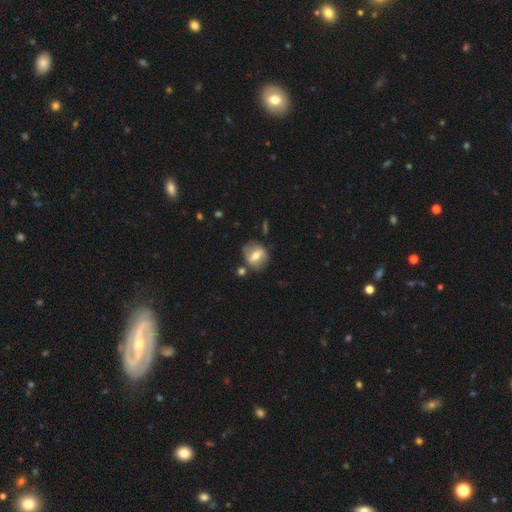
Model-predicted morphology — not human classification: smooth 49%, featured or disk 43%, star or artifact 8%. Down the decision tree: merging — none (70%).